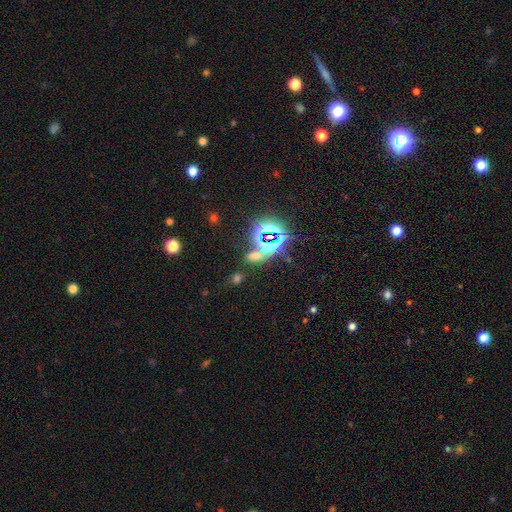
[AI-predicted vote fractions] Smooth or featured: star or artifact — 60% (smooth — 31%)